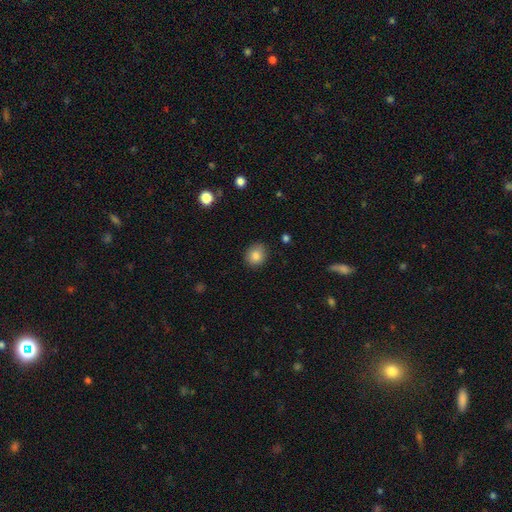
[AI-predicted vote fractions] This appears to be a smooth galaxy with no disk features (84%) that is round (72%). Merging: none (83%).